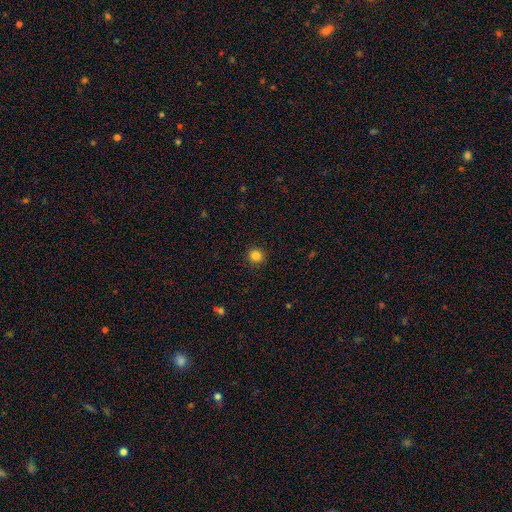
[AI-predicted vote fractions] smooth_or_featured: smooth (p=0.84) [alt: star or artifact p=0.12]
how_rounded: round (p=0.88) [alt: in between p=0.11]
merging: none (p=0.91) [alt: minor disturbance p=0.06]